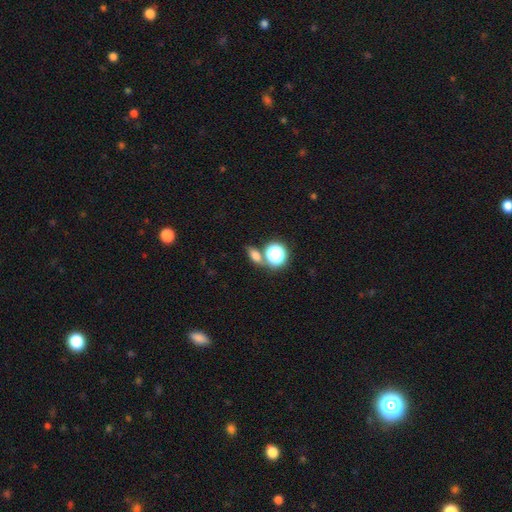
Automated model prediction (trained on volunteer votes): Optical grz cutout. It shows a smooth galaxy with no disk features (69%) that is in between round and cigar-shaped (63%). Merging: none (63%).